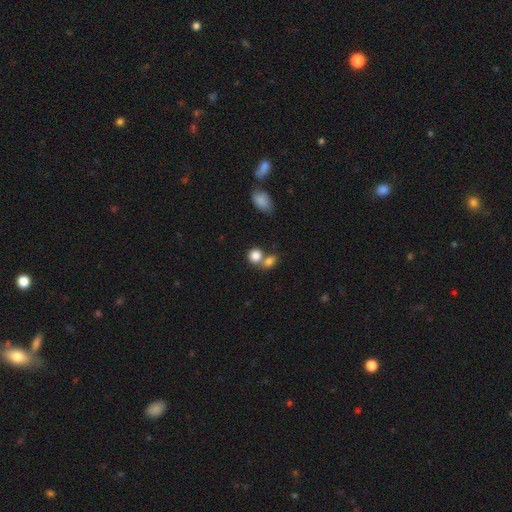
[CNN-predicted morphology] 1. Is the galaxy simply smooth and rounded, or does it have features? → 83% smooth, 10% star or artifact, 7% featured or disk.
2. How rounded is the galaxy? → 68% round, 30% in between, 1% cigar-shaped.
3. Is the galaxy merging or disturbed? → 46% merger, 41% none, 9% minor disturbance, 4% major disturbance.